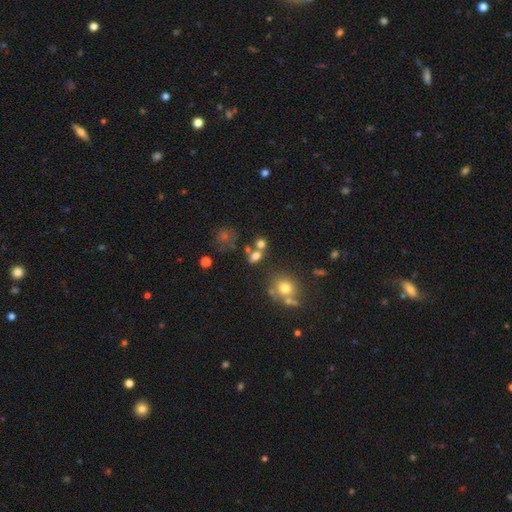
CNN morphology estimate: Q: Smooth or featured?
A: smooth (70%); runner-up: star or artifact (17%)
Q: How rounded?
A: in between (60%); runner-up: round (37%)
Q: Merging?
A: none (48%); runner-up: merger (33%)